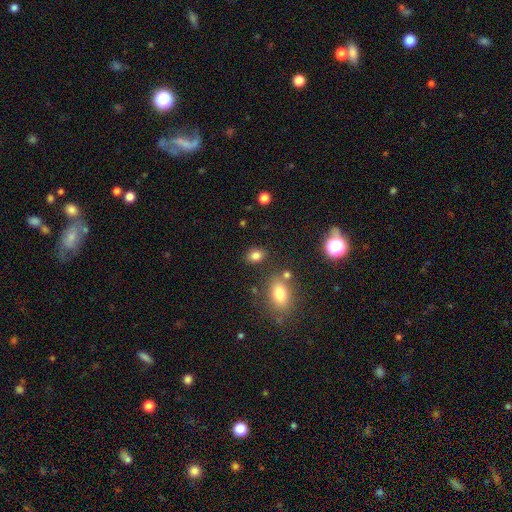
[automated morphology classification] Smooth or featured: smooth — 82% (star or artifact — 12%)
How rounded: in between — 70% (round — 28%)
Merging: none — 80% (minor disturbance — 11%)